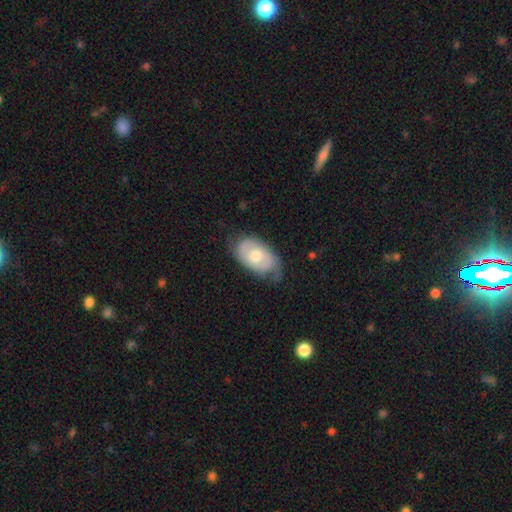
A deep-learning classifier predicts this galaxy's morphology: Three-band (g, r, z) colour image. It shows a featured or disk galaxy (47%, tied with smooth). Merging: none (56%).